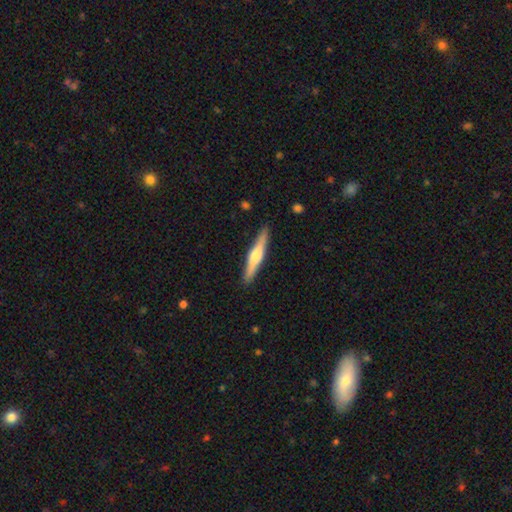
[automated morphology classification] This is possibly a featured or disk galaxy (59%). It is clearly viewed edge-on (97%). Edge-on bulge: clearly rounded (82%). Merging: clearly none (89%).